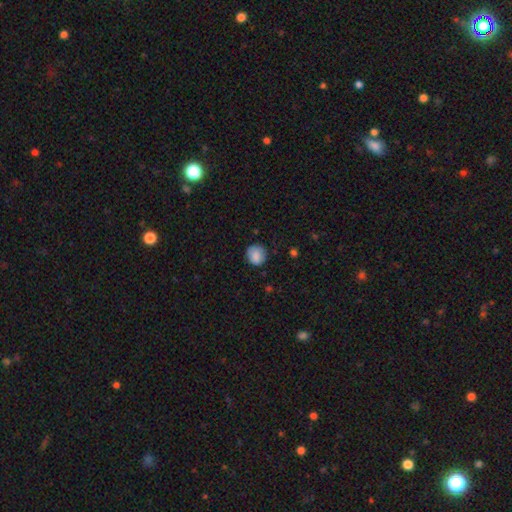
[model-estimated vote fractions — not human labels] Morphology: type=smooth (85%); roundness=round (85%); merging=none (79%).